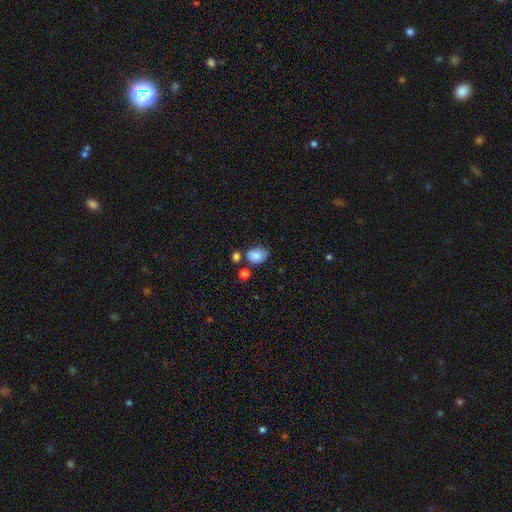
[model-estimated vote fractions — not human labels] Smooth or featured?
  - smooth: 82% *
  - featured or disk: 9%
  - star or artifact: 9%
How rounded?
  - in between: 66% *
  - round: 33%
  - cigar-shaped: 1%
Merging?
  - none: 56% *
  - minor disturbance: 25%
  - merger: 13%
  - major disturbance: 6%